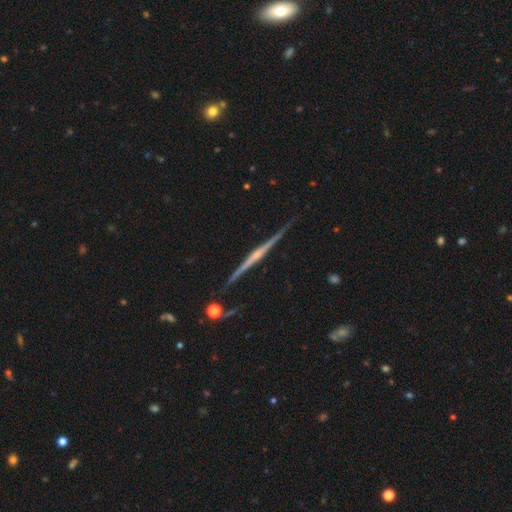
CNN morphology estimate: Smooth or featured? featured or disk (84%)
Edge-on disk? yes (98%)
Edge-on bulge? rounded (59%)
Merging? none (86%)